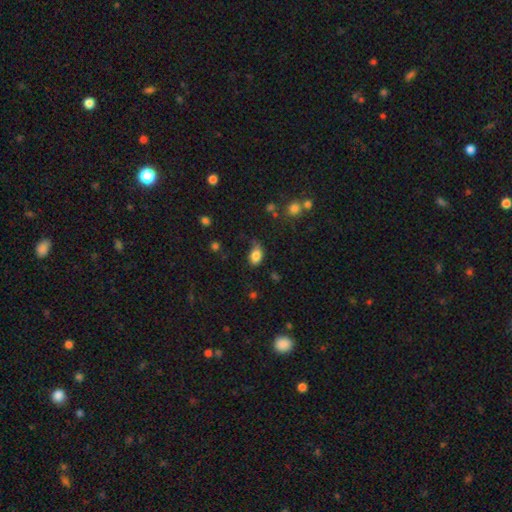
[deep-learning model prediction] Smooth or featured: smooth — 83% (star or artifact — 9%)
How rounded: in between — 84% (round — 14%)
Merging: none — 57% (minor disturbance — 30%)